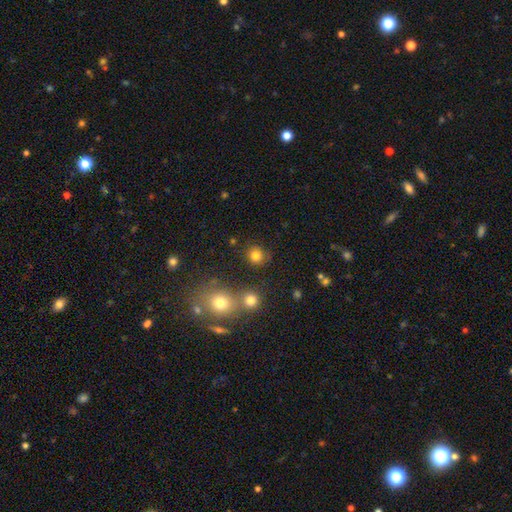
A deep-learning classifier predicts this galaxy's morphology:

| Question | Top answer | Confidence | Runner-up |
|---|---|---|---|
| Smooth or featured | smooth | 80% | star or artifact (14%) |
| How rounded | round | 88% | in between (11%) |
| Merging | none | 81% | minor disturbance (9%) |